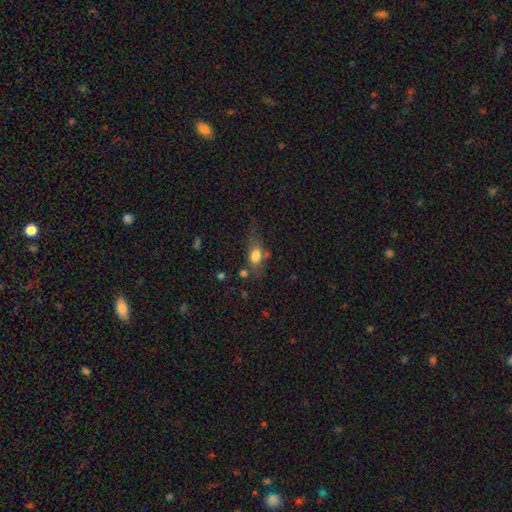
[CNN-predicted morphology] This is likely a smooth galaxy (72%). How rounded: likely in between (71%). Merging: possibly none (49%).